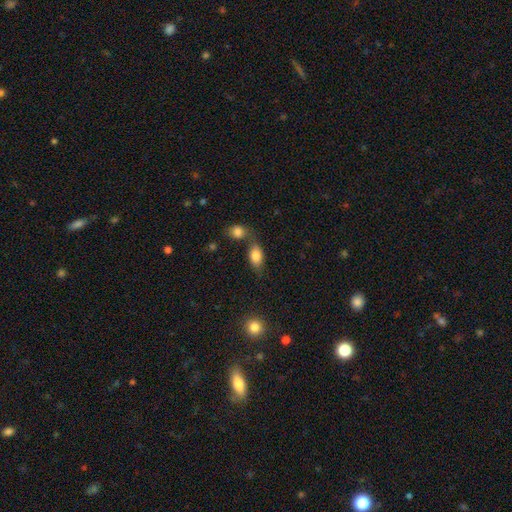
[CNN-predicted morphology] Q: Smooth or featured?
A: smooth (82%); runner-up: featured or disk (10%)
Q: How rounded?
A: in between (87%); runner-up: round (9%)
Q: Merging?
A: none (51%); runner-up: merger (28%)